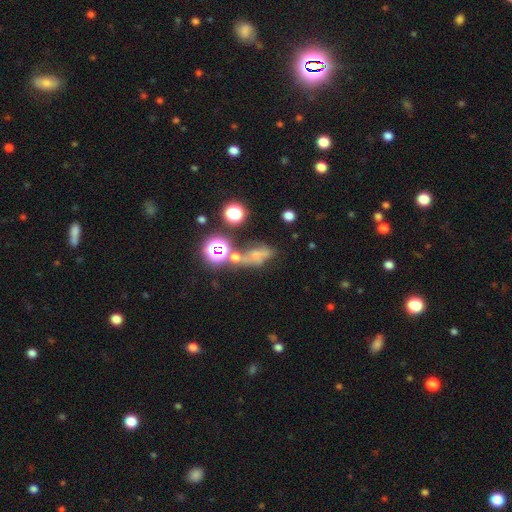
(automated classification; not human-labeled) A smooth galaxy with no disk features (43%).

Vote fractions:
- Smooth or featured? smooth: 43% / star or artifact: 35% / featured or disk: 23%
- Merging? none: 38% / merger: 24% / major disturbance: 20% / minor disturbance: 19%